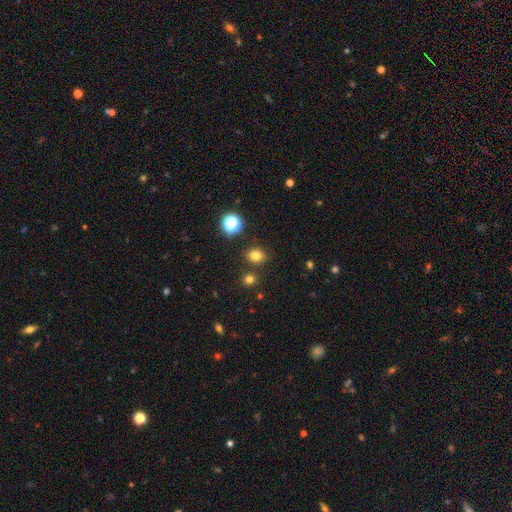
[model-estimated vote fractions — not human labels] The model was most divided on "how rounded": round: 61%, in between: 38%, cigar-shaped: 1%. More confident: merging — none (83%); smooth or featured — smooth (78%).